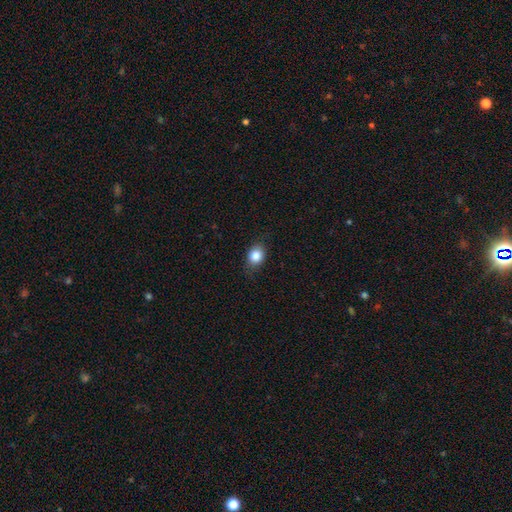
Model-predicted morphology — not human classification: Q: Smooth or featured?
A: smooth (84%); runner-up: star or artifact (9%)
Q: How rounded?
A: round (51%); runner-up: in between (48%)
Q: Merging?
A: none (80%); runner-up: minor disturbance (16%)